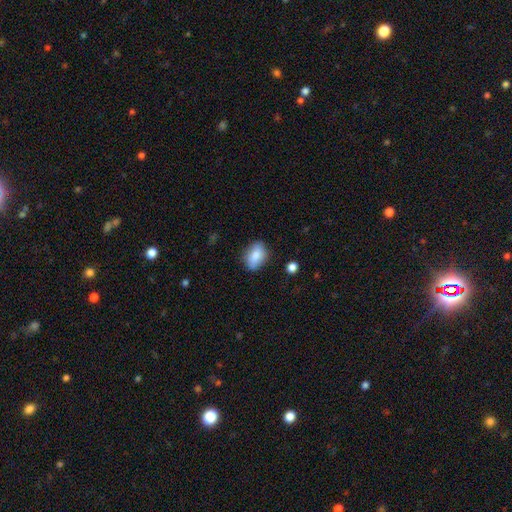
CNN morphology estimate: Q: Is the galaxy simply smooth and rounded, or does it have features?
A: smooth — 82%.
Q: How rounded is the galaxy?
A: in between — 75%.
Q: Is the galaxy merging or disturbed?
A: none — 78%.